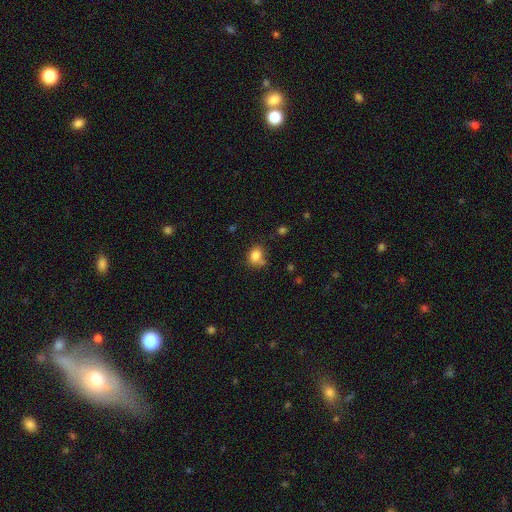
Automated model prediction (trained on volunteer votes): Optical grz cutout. It shows a smooth galaxy with no disk features (83%) that is round (51%). Merging: none (64%).